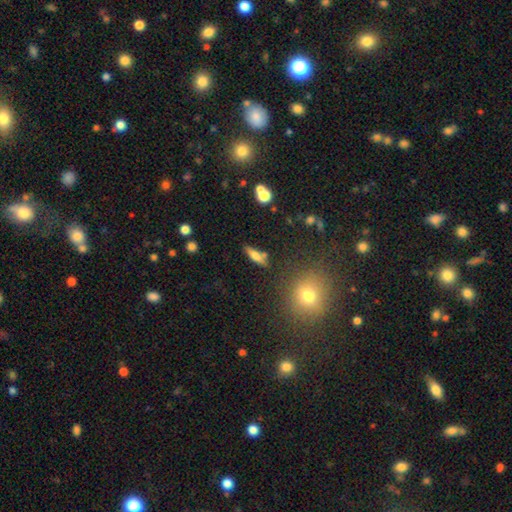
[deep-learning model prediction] This is possibly a smooth galaxy (56%). How rounded: possibly cigar-shaped (55%). Merging: likely none (77%).